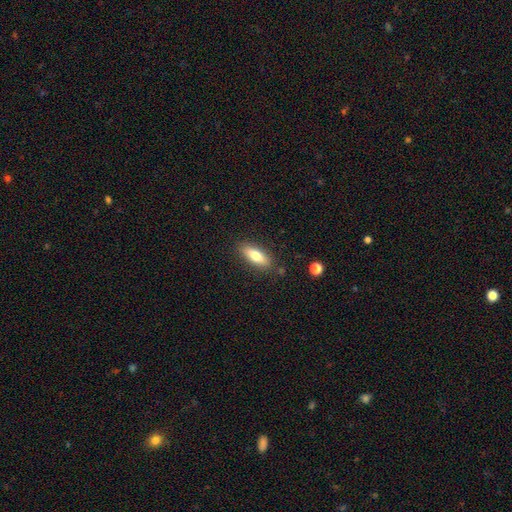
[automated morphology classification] smooth_or_featured: smooth (p=0.73) [alt: featured or disk p=0.20]
how_rounded: in between (p=0.63) [alt: cigar-shaped p=0.35]
merging: none (p=0.85) [alt: minor disturbance p=0.10]